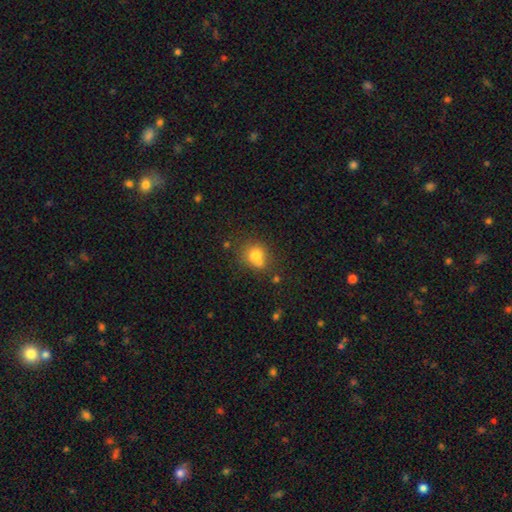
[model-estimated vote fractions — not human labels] Smooth or featured: smooth — 74% (featured or disk — 13%)
How rounded: round — 72% (in between — 27%)
Merging: none — 47% (merger — 29%)